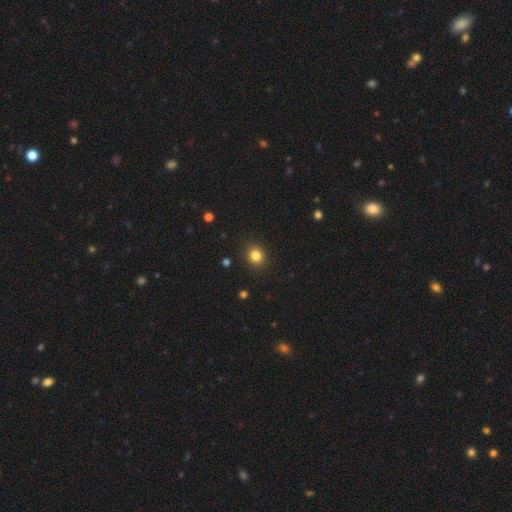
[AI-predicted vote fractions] Smooth or featured?
  - smooth: 83% *
  - star or artifact: 12%
  - featured or disk: 5%
How rounded?
  - round: 79% *
  - in between: 20%
  - cigar-shaped: 1%
Merging?
  - none: 90% *
  - minor disturbance: 7%
  - major disturbance: 2%
  - merger: 1%